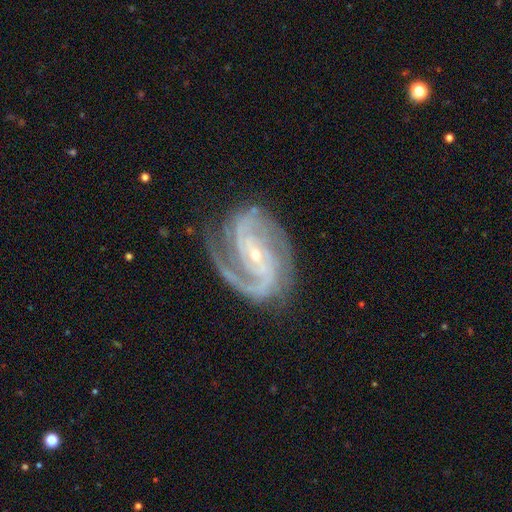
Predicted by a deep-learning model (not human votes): Smooth or featured?
  - featured or disk: 92% *
  - star or artifact: 5%
  - smooth: 3%
Edge-on disk?
  - no: 97% *
  - yes: 3%
Bar?
  - no: 36% *
  - weak: 34%
  - strong: 30%
Spiral arms?
  - yes: 98% *
  - no: 2%
Spiral winding?
  - medium: 47% *
  - tight: 45%
  - loose: 8%
Spiral arm count?
  - 2: 59% *
  - 3: 22%
  - can't tell: 7%
  - 4: 5%
  - 1: 4%
  - more than 4: 4%
Bulge size?
  - small: 77% *
  - moderate: 20%
  - large: 1%
  - none: 1%
  - dominant: 1%
Merging?
  - none: 71% *
  - minor disturbance: 18%
  - major disturbance: 10%
  - merger: 2%